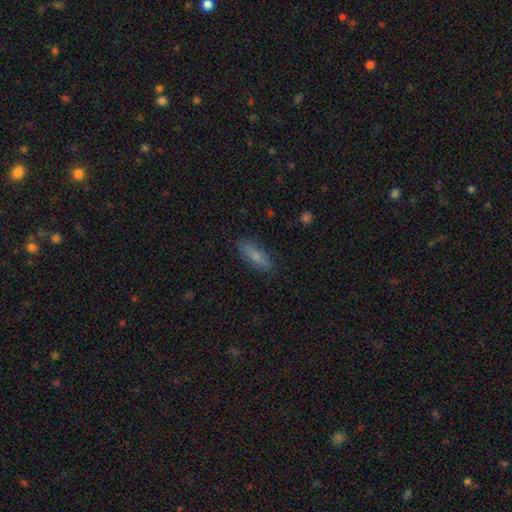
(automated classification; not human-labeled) A smooth galaxy with no disk features (73%) that is cigar-shaped (51%). Merging: none (82%).